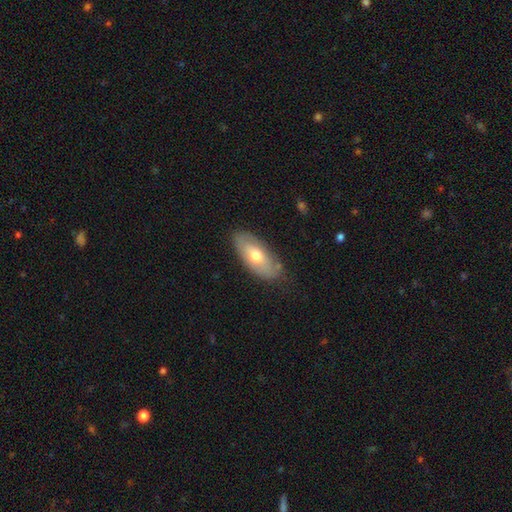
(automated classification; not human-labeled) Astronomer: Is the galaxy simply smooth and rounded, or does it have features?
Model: smooth — 59% (runner-up: featured or disk, 35%).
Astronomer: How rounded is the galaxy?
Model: in between — 87%.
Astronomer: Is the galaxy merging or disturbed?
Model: none — 76%.